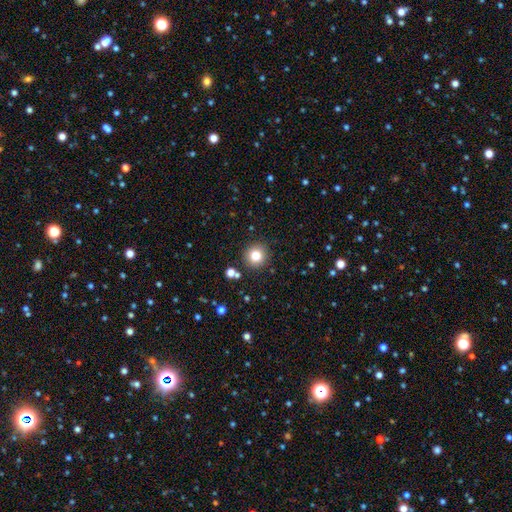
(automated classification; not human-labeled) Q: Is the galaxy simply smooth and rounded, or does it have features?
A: smooth — 79%.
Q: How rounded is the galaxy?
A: round — 94%.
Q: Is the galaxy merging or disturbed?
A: none — 89%.